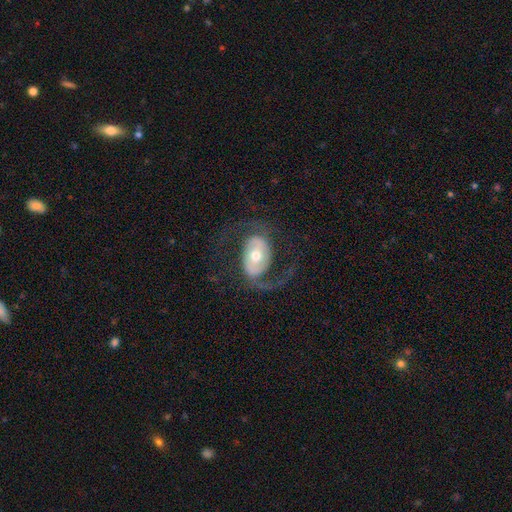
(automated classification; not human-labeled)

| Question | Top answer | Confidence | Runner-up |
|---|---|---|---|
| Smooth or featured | featured or disk | 84% | smooth (11%) |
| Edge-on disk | no | 96% | yes (4%) |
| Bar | no | 40% | weak (34%) |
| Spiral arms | yes | 91% | no (9%) |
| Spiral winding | loose | 45% | medium (44%) |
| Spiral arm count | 2 | 89% | 1 (5%) |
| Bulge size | moderate | 65% | small (25%) |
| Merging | none | 66% | major disturbance (20%) |